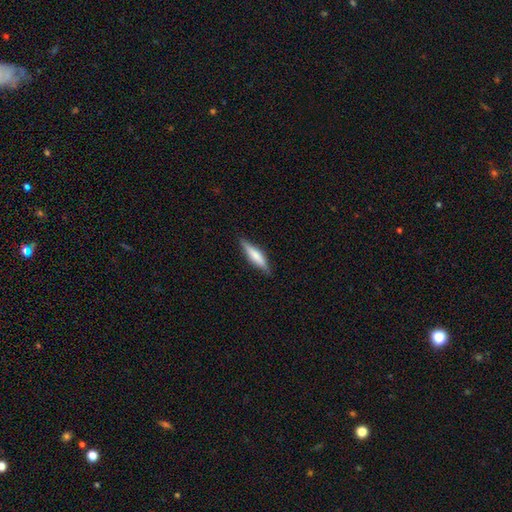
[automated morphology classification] Overall: smooth (60%; featured or disk 34%). How rounded: cigar-shaped (80%). Merging: none (86%).